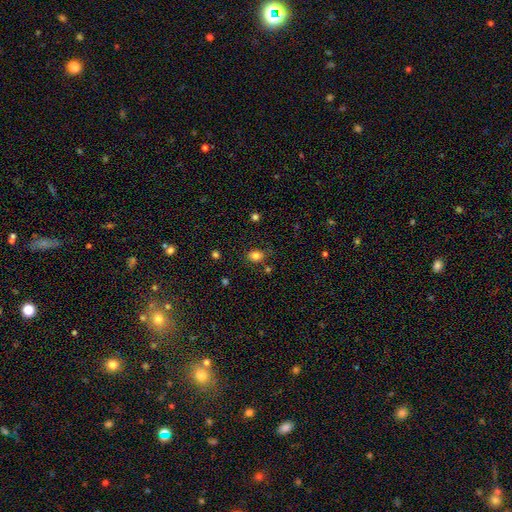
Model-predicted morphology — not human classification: Q: Smooth or featured?
A: smooth (82%); runner-up: star or artifact (12%)
Q: How rounded?
A: in between (51%); runner-up: round (48%)
Q: Merging?
A: none (76%); runner-up: minor disturbance (15%)